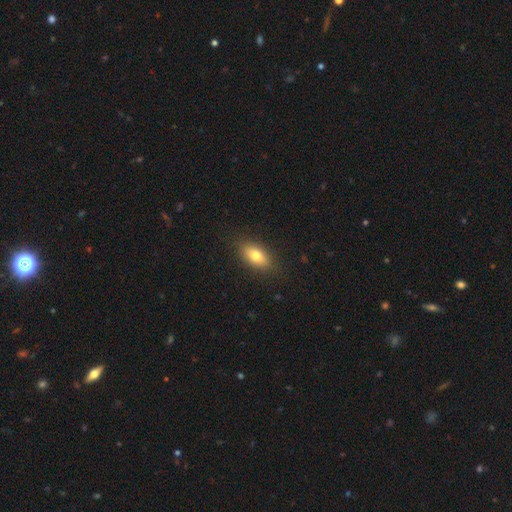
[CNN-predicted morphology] This appears to be a smooth galaxy with no disk features (76%) that is in between round and cigar-shaped (86%). Merging: none (87%).